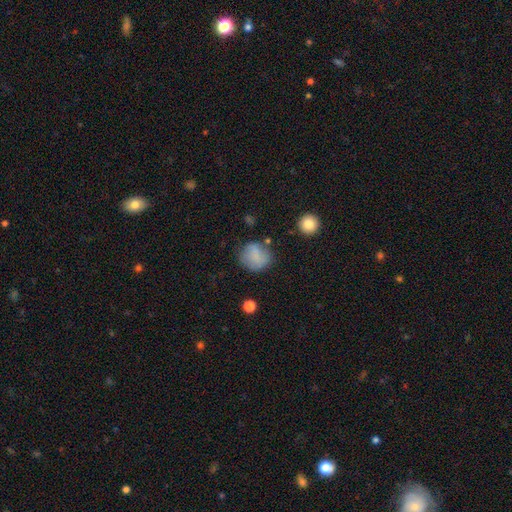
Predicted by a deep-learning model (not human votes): smooth 78%, featured or disk 13%, star or artifact 9%. Down the decision tree: how rounded — round (81%); merging — none (68%).